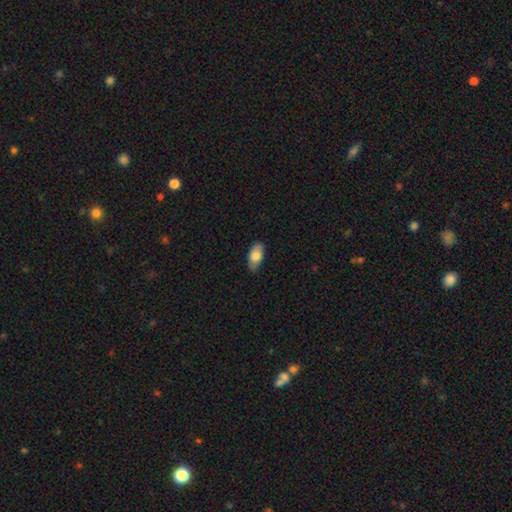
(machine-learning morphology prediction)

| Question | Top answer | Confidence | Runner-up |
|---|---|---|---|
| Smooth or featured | smooth | 78% | featured or disk (16%) |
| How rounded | in between | 91% | cigar-shaped (5%) |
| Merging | none | 82% | minor disturbance (15%) |